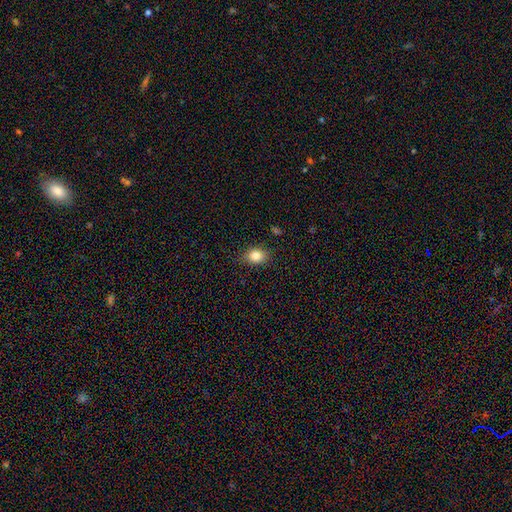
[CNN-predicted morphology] smooth_or_featured: smooth (p=0.82) [alt: star or artifact p=0.11]
how_rounded: in between (p=0.54) [alt: round p=0.45]
merging: none (p=0.83) [alt: minor disturbance p=0.13]